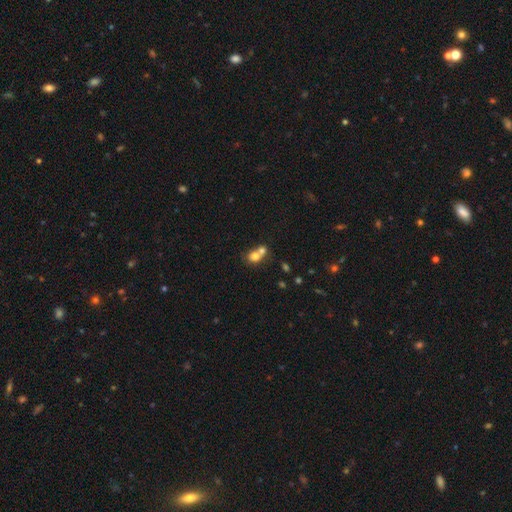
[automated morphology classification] Q: Smooth or featured?
A: smooth (73%); runner-up: featured or disk (16%)
Q: How rounded?
A: round (66%); runner-up: in between (33%)
Q: Merging?
A: merger (64%); runner-up: none (27%)